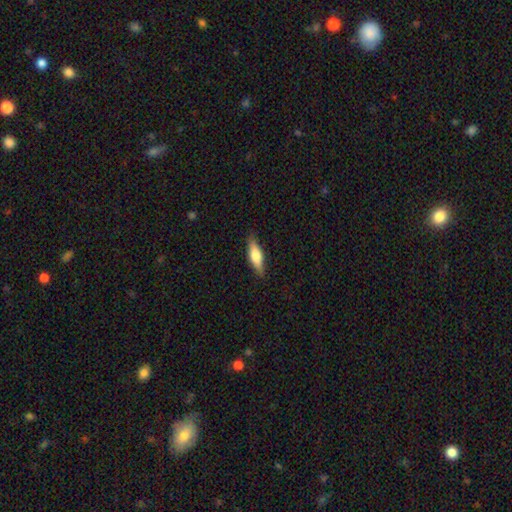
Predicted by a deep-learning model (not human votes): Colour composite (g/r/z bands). It shows a smooth galaxy with no disk features (62%) that is cigar-shaped (50%). Merging: none (85%).